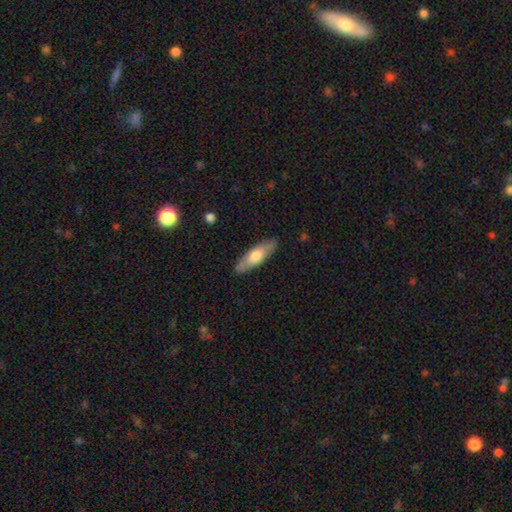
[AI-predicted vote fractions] Q: Smooth or featured?
A: smooth (62%); runner-up: featured or disk (33%)
Q: How rounded?
A: in between (51%); runner-up: cigar-shaped (47%)
Q: Merging?
A: none (87%); runner-up: minor disturbance (10%)